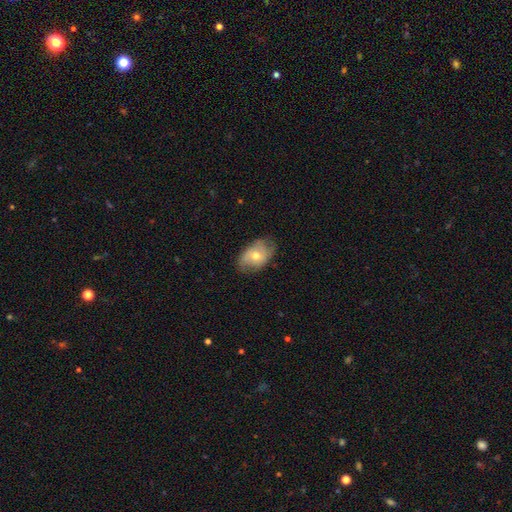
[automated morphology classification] A smooth galaxy with no disk features (54%) that is in between round and cigar-shaped (85%).

Vote fractions:
- Smooth or featured? smooth: 54% / featured or disk: 39% / star or artifact: 7%
- How rounded? in between: 85% / round: 14% / cigar-shaped: 2%
- Merging? none: 69% / minor disturbance: 24% / major disturbance: 6% / merger: 1%